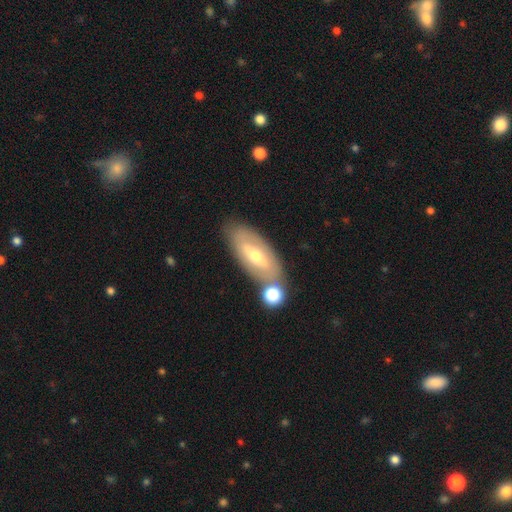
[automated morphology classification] This appears to be a featured or disk galaxy (58%). Merging: none (71%).